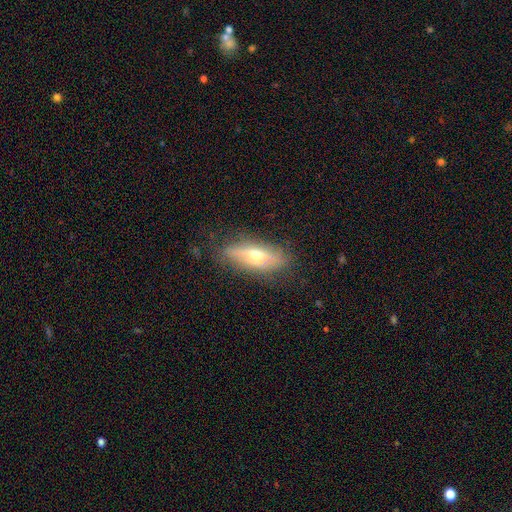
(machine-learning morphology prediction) featured or disk 53%, smooth 39%, star or artifact 8%. Down the decision tree: edge-on disk — yes (71%); merging — none (80%).